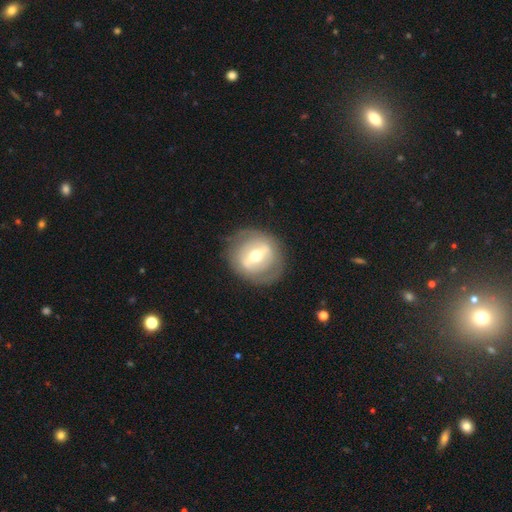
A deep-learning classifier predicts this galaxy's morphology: Smooth or featured? Predicted: featured or disk (p=0.70). Edge-on disk? Predicted: no (p=0.88). Bar? Predicted: strong (p=0.66). Spiral arms? Predicted: no (p=0.65). Bulge size? Predicted: moderate (p=0.65). Merging? Predicted: none (p=0.79).